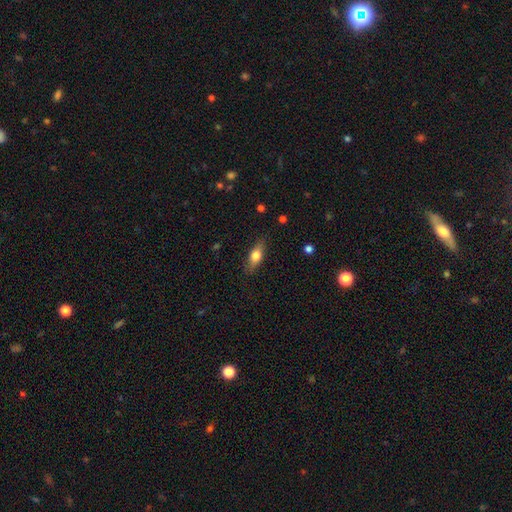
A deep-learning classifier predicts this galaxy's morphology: smooth-or-featured: smooth: 70% | featured or disk: 23% | star or artifact: 7%
  how-rounded: in between: 72% | cigar-shaped: 23% | round: 5%
  merging: none: 84% | minor disturbance: 12% | major disturbance: 3% | merger: 1%